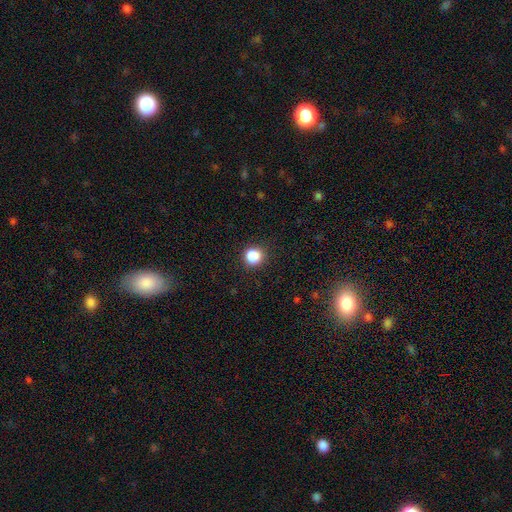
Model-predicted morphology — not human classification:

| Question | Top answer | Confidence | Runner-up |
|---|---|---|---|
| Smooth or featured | smooth | 84% | star or artifact (12%) |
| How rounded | round | 85% | in between (14%) |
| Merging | none | 87% | minor disturbance (9%) |